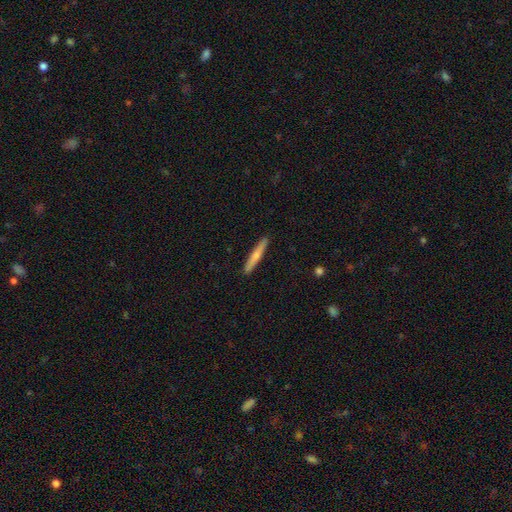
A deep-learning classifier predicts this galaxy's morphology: The model was most divided on "smooth or featured": smooth: 59%, featured or disk: 36%, star or artifact: 5%. More confident: how rounded — cigar-shaped (94%); merging — none (91%).